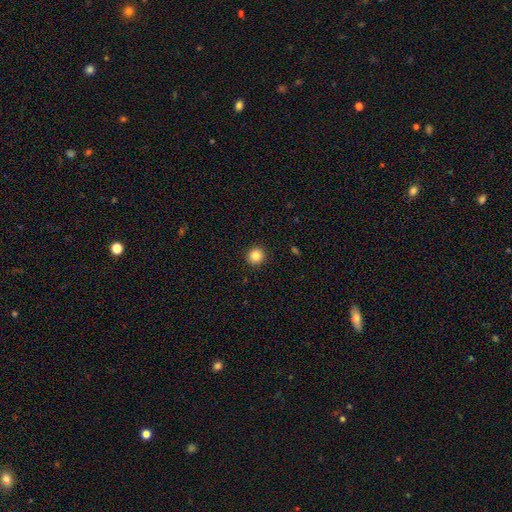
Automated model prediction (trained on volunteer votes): The model was most divided on "smooth or featured": smooth: 84%, star or artifact: 10%, featured or disk: 5%. More confident: merging — none (93%); how rounded — round (92%).